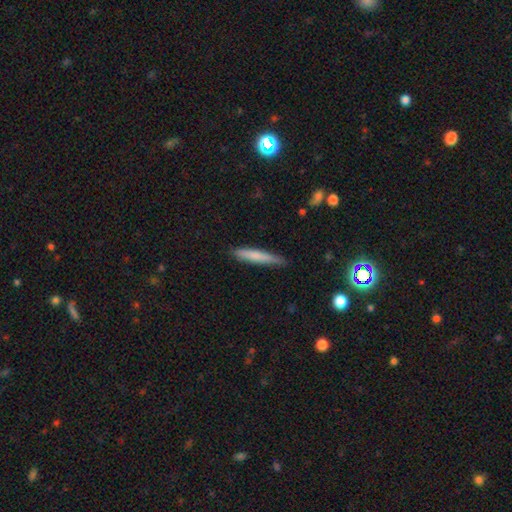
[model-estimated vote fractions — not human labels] Smooth or featured? Predicted: smooth (p=0.72). How rounded? Predicted: cigar-shaped (p=0.94). Merging? Predicted: none (p=0.81).